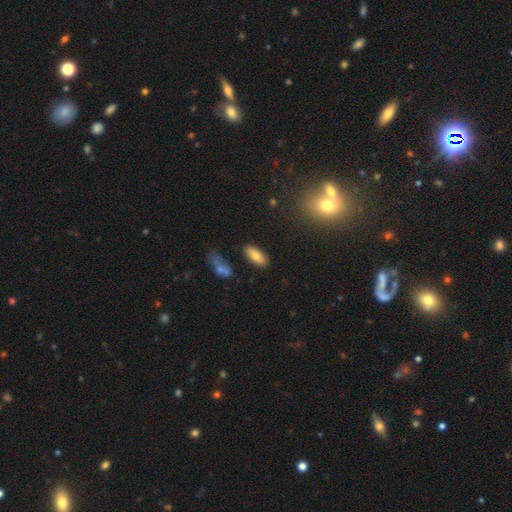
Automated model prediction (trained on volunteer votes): Smooth or featured? smooth (76%)
How rounded? in between (83%)
Merging? none (84%)